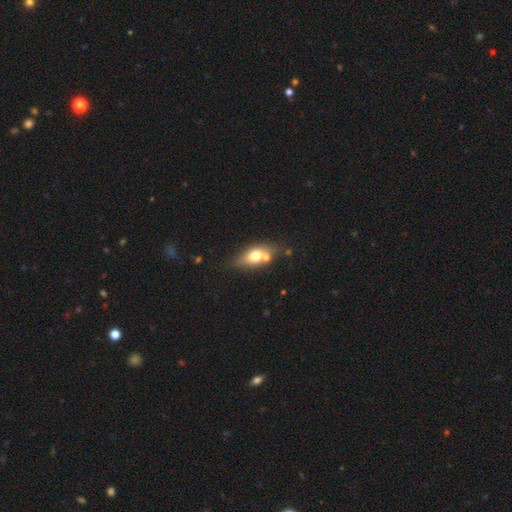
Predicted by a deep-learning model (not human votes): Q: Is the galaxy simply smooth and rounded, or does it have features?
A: smooth — 63%.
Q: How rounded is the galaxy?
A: in between — 75%.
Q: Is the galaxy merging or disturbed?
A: none — 56%.